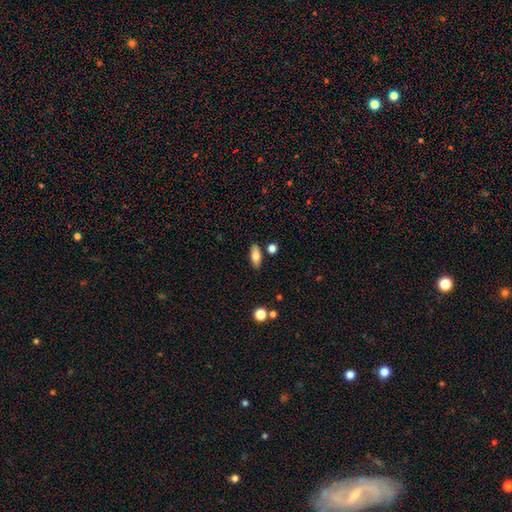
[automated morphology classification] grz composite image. It shows a smooth galaxy with no disk features (79%) that is in between round and cigar-shaped (81%). Merging: none (83%).